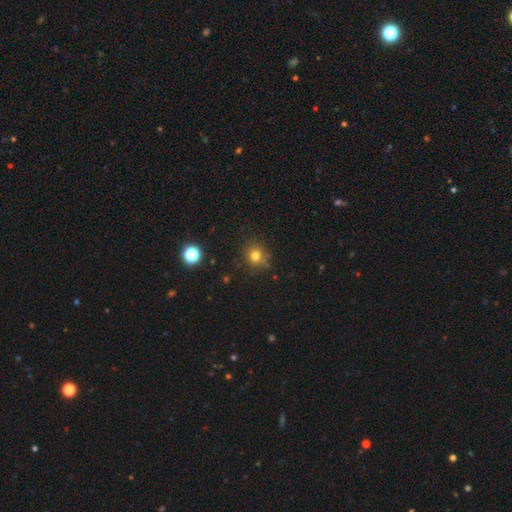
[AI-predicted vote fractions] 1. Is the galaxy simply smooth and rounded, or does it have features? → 76% smooth, 17% star or artifact, 7% featured or disk.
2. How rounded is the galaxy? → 85% round, 14% in between, 1% cigar-shaped.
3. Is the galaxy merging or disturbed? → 80% none, 14% minor disturbance, 4% major disturbance, 3% merger.